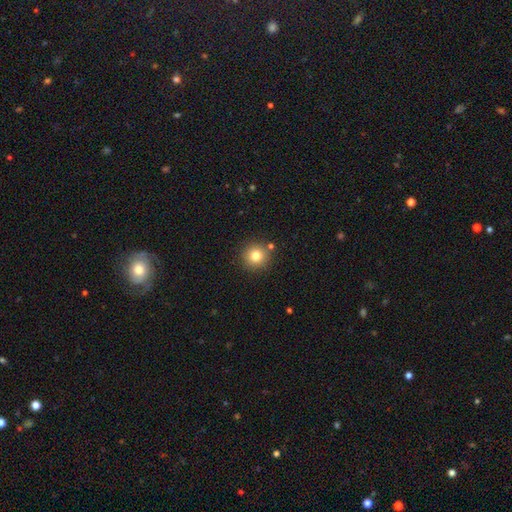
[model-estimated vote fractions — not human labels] Smooth or featured?
  - smooth: 80% *
  - star or artifact: 12%
  - featured or disk: 8%
How rounded?
  - round: 94% *
  - in between: 5%
  - cigar-shaped: 1%
Merging?
  - none: 85% *
  - minor disturbance: 7%
  - merger: 5%
  - major disturbance: 2%